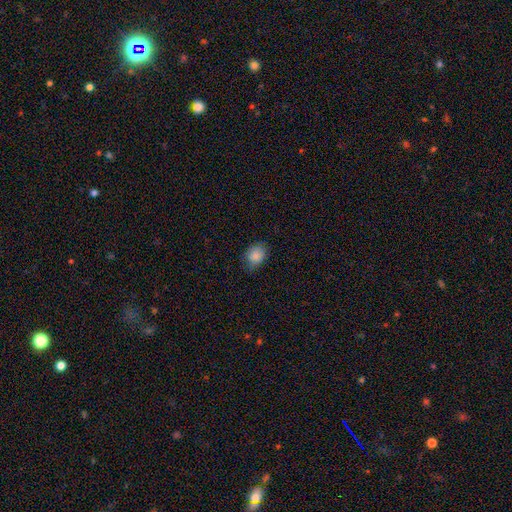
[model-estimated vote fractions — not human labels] smooth-or-featured: smooth: 87% | star or artifact: 8% | featured or disk: 5%
  how-rounded: in between: 55% | round: 44% | cigar-shaped: 1%
  merging: none: 74% | minor disturbance: 21% | major disturbance: 4% | merger: 1%